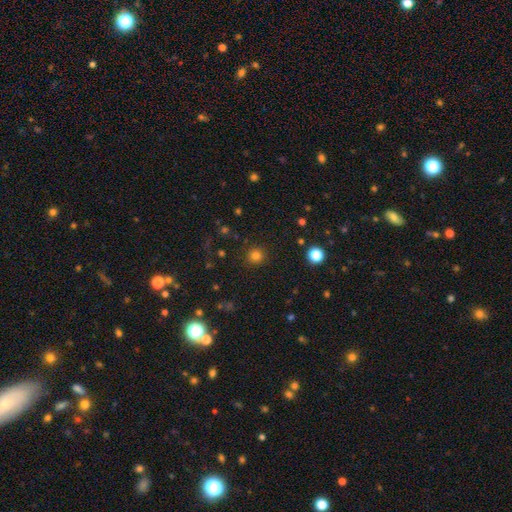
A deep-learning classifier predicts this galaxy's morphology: Smooth or featured?
  - smooth: 81% *
  - star or artifact: 15%
  - featured or disk: 4%
How rounded?
  - round: 94% *
  - in between: 5%
  - cigar-shaped: 1%
Merging?
  - none: 90% *
  - minor disturbance: 6%
  - major disturbance: 3%
  - merger: 1%